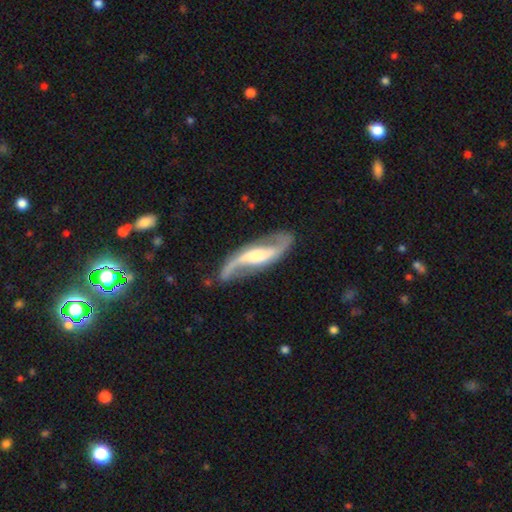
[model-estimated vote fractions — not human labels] Smooth or featured? Predicted: featured or disk (p=0.89). Edge-on disk? Predicted: no (p=0.90). Bar? Predicted: weak (p=0.42). Spiral arms? Predicted: yes (p=0.97). Spiral winding? Predicted: loose (p=0.56). Spiral arm count? Predicted: 2 (p=0.93). Bulge size? Predicted: moderate (p=0.48). Merging? Predicted: none (p=0.77).